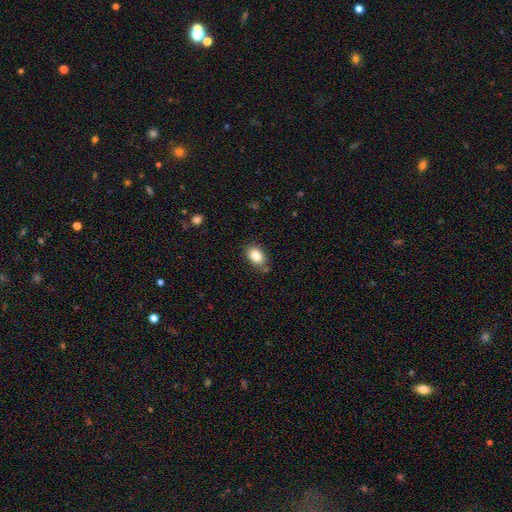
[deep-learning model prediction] A smooth galaxy with no disk features (85%) that is in between round and cigar-shaped (86%).

Vote fractions:
- Smooth or featured? smooth: 85% / star or artifact: 8% / featured or disk: 7%
- How rounded? in between: 86% / round: 12% / cigar-shaped: 2%
- Merging? none: 75% / minor disturbance: 17% / merger: 4% / major disturbance: 4%